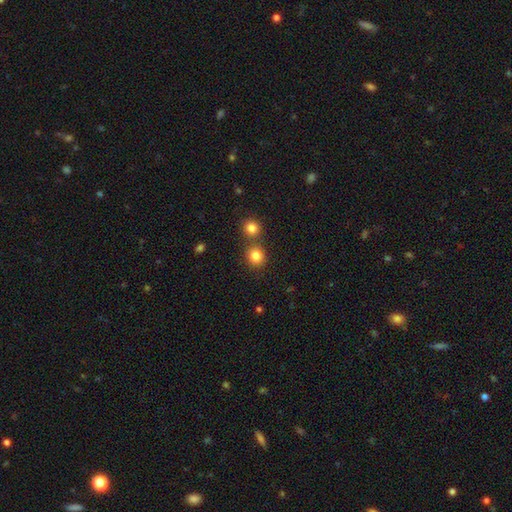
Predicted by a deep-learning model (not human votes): This appears to be a smooth galaxy with no disk features (83%) that is round (87%). Merging: none (70%).